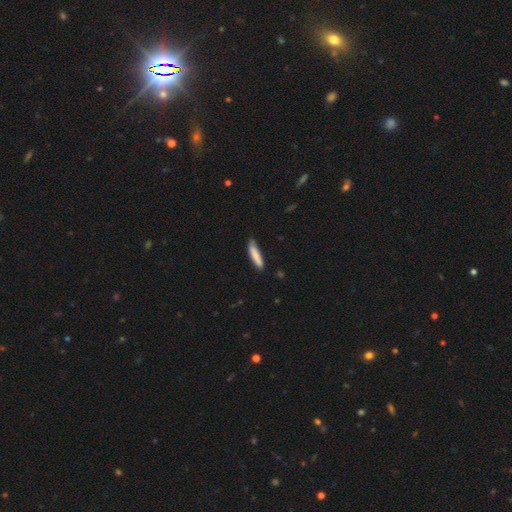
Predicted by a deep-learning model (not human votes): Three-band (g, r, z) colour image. It shows a smooth galaxy with no disk features (82%) that is cigar-shaped (86%). Merging: none (78%).